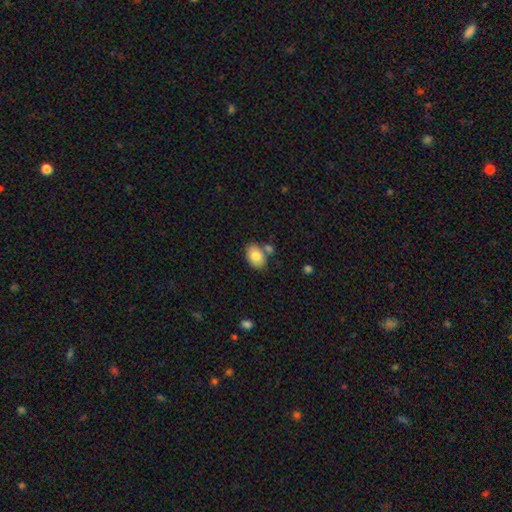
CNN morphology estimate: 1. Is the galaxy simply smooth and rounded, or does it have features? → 82% smooth, 11% featured or disk, 7% star or artifact.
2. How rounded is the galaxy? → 85% in between, 14% round, 1% cigar-shaped.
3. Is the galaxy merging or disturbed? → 69% none, 14% minor disturbance, 13% merger, 3% major disturbance.